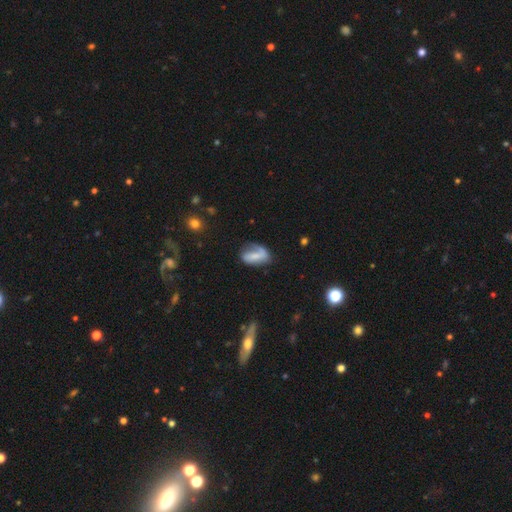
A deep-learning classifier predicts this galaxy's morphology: Smooth or featured? featured or disk (49%)
Merging? none (47%)